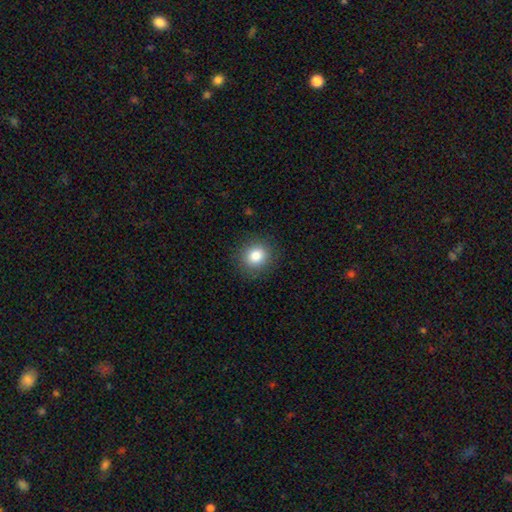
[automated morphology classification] Smooth or featured? smooth (84%)
How rounded? round (84%)
Merging? none (89%)